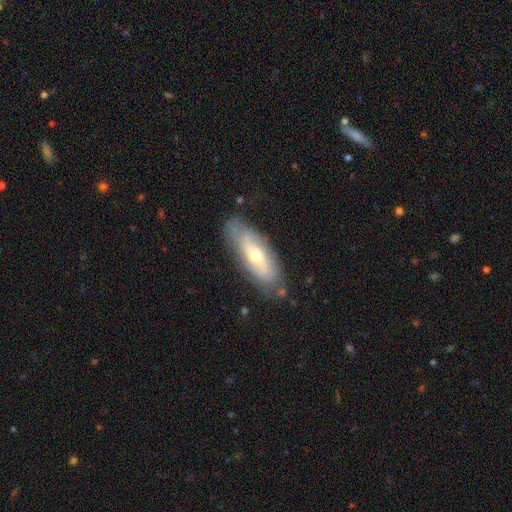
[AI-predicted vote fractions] Morphology: type=featured or disk (55%); edge-on=no (76%); merging=none (75%).